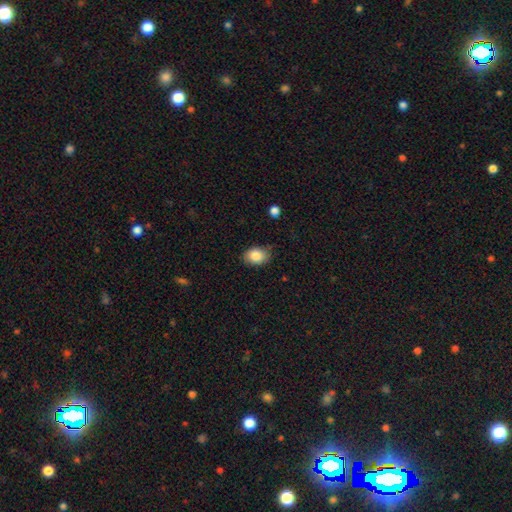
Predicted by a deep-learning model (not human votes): Smooth or featured? Predicted: smooth (p=0.86). How rounded? Predicted: in between (p=0.70). Merging? Predicted: none (p=0.79).